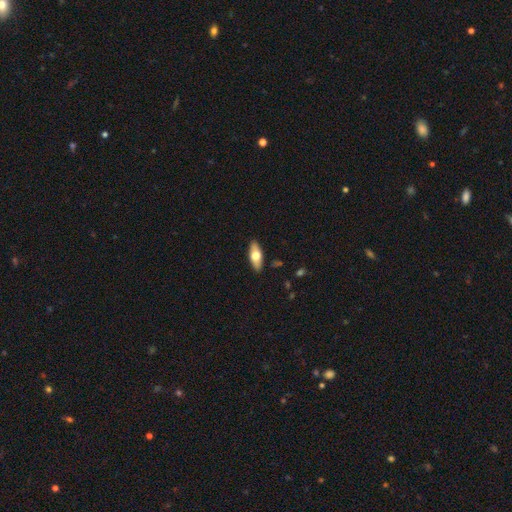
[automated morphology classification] Smooth or featured: smooth — 60% (featured or disk — 35%)
How rounded: in between — 75% (cigar-shaped — 22%)
Merging: none — 89% (minor disturbance — 8%)